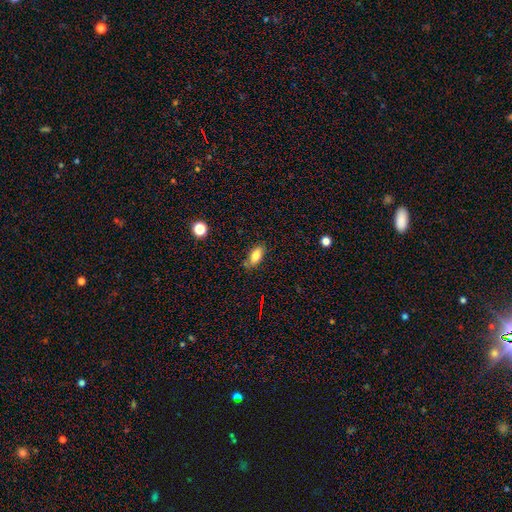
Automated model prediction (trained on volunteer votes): smooth-or-featured: smooth: 79% | featured or disk: 12% | star or artifact: 9%
  how-rounded: in between: 87% | cigar-shaped: 8% | round: 4%
  merging: none: 77% | minor disturbance: 16% | merger: 3% | major disturbance: 3%